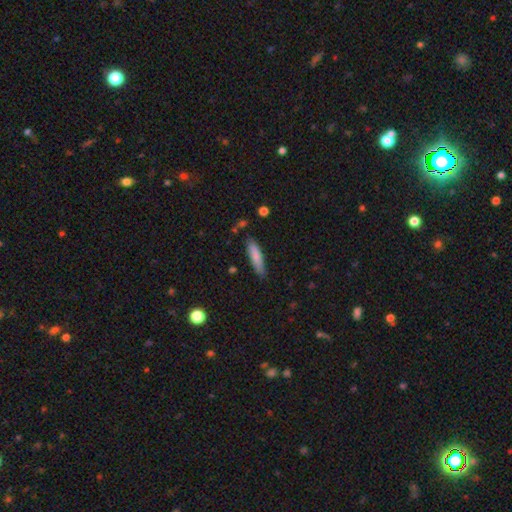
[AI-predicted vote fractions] A smooth galaxy with no disk features (82%) that is cigar-shaped (76%). Merging: none (79%).